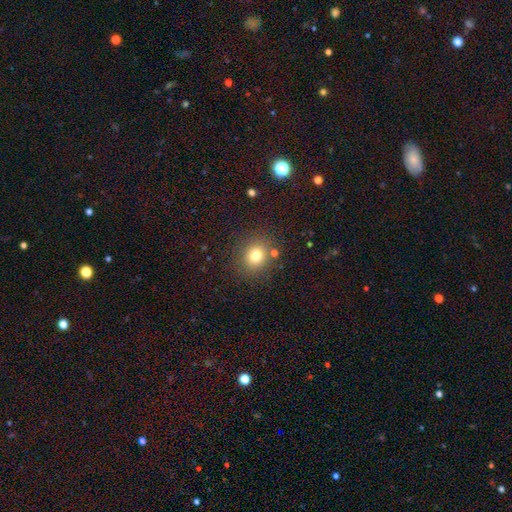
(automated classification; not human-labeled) The model was most divided on "how rounded": round: 76%, in between: 24%, cigar-shaped: 1%. More confident: merging — none (83%); smooth or featured — smooth (77%).